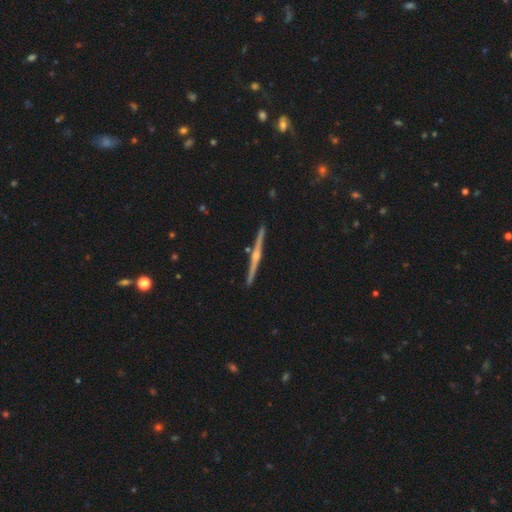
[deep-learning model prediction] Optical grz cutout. It shows a featured or disk galaxy (75%) viewed edge-on (96%) with a rounded central bulge (79%). Merging: none (86%).